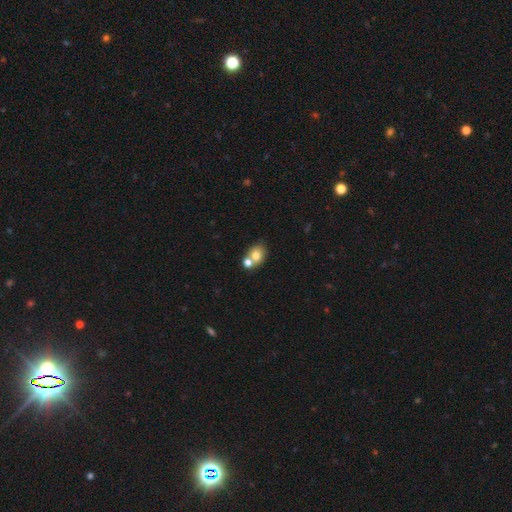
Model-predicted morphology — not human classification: Smooth or featured? smooth (73%)
How rounded? round (54%)
Merging? merger (47%)